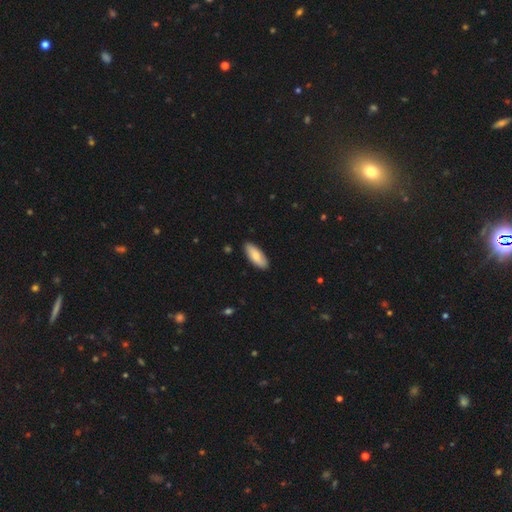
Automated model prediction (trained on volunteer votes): Q: Smooth or featured?
A: smooth (80%); runner-up: featured or disk (15%)
Q: How rounded?
A: in between (75%); runner-up: cigar-shaped (23%)
Q: Merging?
A: none (88%); runner-up: minor disturbance (9%)